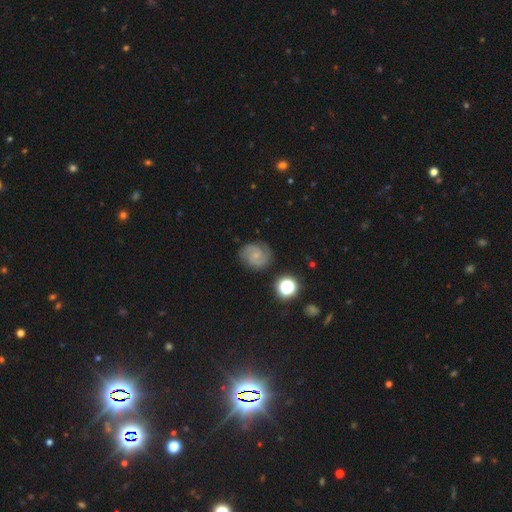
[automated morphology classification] smooth_or_featured: featured or disk (p=0.79) [alt: smooth p=0.13]
disk_edge_on: no (p=0.98) [alt: yes p=0.02]
bar: no (p=0.56) [alt: weak p=0.38]
has_spiral_arms: yes (p=0.97) [alt: no p=0.03]
spiral_winding: tight (p=0.49) [alt: medium p=0.42]
spiral_arm_count: 2 (p=0.79) [alt: can't tell p=0.08]
bulge_size: small (p=0.69) [alt: moderate p=0.15]
merging: none (p=0.80) [alt: minor disturbance p=0.14]